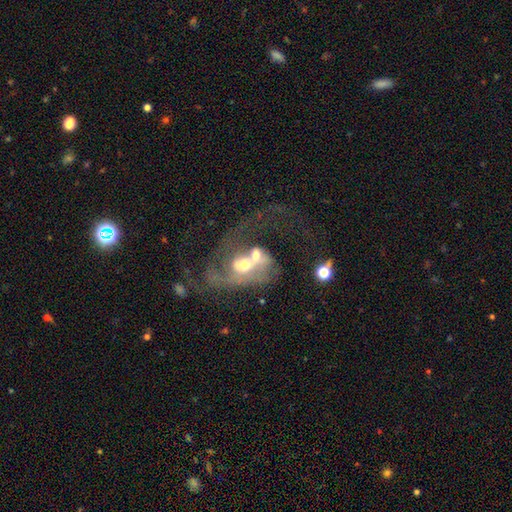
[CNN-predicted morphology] This appears to be a featured or disk galaxy (61%) with no bar (73%), no spiral arms (51%) and a moderate central bulge (62%). Merging: merger (63%).